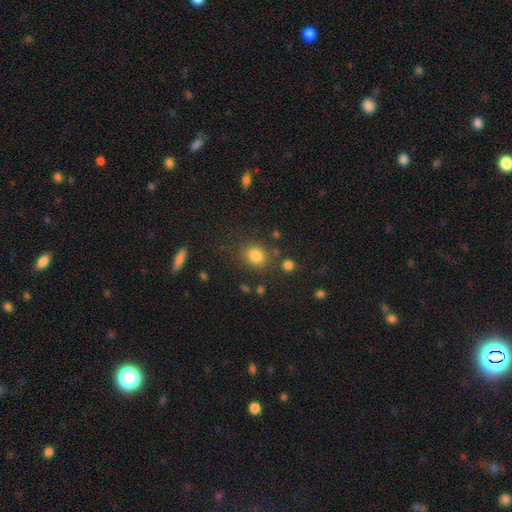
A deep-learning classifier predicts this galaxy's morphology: Q: Smooth or featured?
A: smooth (81%); runner-up: star or artifact (12%)
Q: How rounded?
A: round (68%); runner-up: in between (31%)
Q: Merging?
A: none (78%); runner-up: minor disturbance (12%)